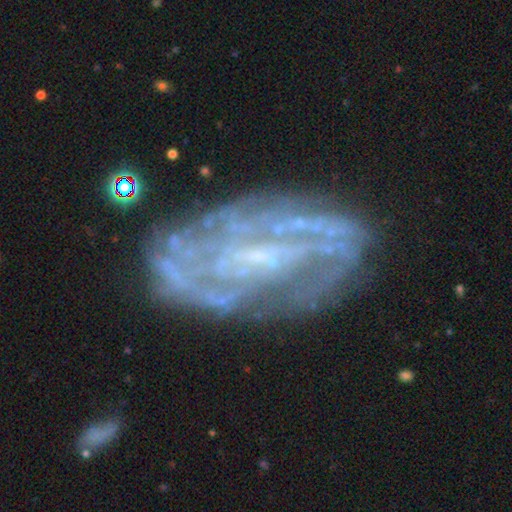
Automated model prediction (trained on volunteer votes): Q: Smooth or featured?
A: featured or disk (81%); runner-up: smooth (10%)
Q: Edge-on disk?
A: no (94%); runner-up: yes (6%)
Q: Bar?
A: weak (42%); runner-up: no (33%)
Q: Spiral arms?
A: yes (78%); runner-up: no (22%)
Q: Spiral winding?
A: tight (55%); runner-up: medium (32%)
Q: Spiral arm count?
A: can't tell (46%); runner-up: 2 (26%)
Q: Bulge size?
A: small (60%); runner-up: none (23%)
Q: Merging?
A: none (72%); runner-up: minor disturbance (17%)